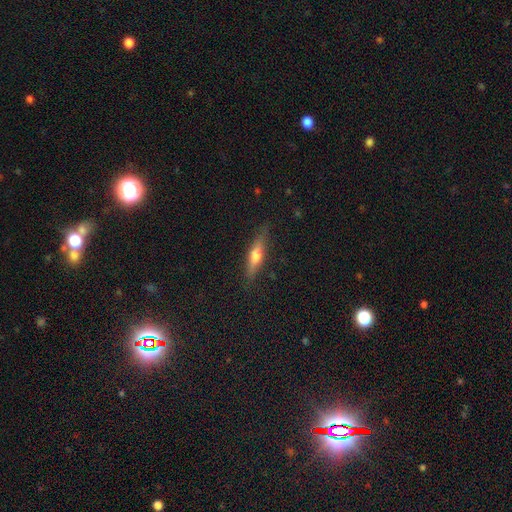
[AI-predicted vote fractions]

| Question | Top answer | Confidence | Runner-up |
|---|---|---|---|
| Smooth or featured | smooth | 51% | featured or disk (42%) |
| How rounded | cigar-shaped | 74% | in between (23%) |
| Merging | none | 82% | minor disturbance (13%) |